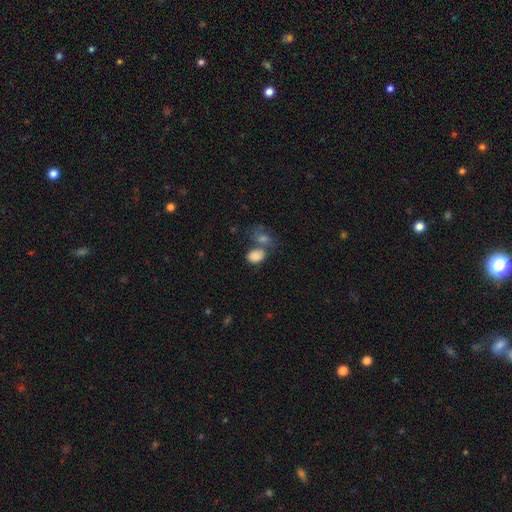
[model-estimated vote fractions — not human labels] This appears to be a smooth galaxy with no disk features (84%) that is in between round and cigar-shaped (75%). Merging: merger (42%).